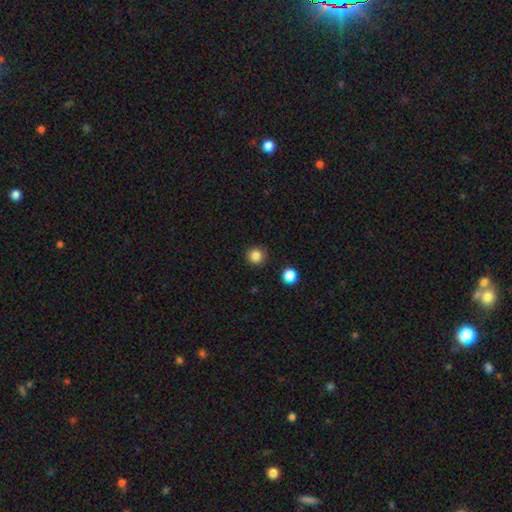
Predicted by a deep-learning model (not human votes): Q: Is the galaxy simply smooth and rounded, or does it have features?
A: smooth — 85%.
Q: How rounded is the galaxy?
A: round — 95%.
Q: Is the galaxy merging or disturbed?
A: none — 92%.